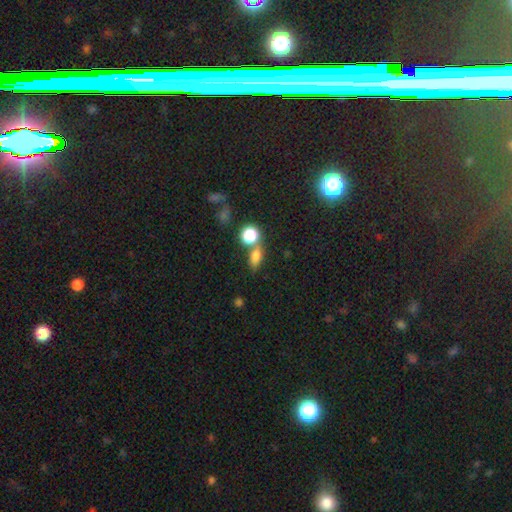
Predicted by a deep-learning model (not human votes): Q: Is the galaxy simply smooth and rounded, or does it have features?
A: smooth — 73%.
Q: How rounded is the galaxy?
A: in between — 64%.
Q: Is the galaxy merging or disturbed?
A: none — 56%.